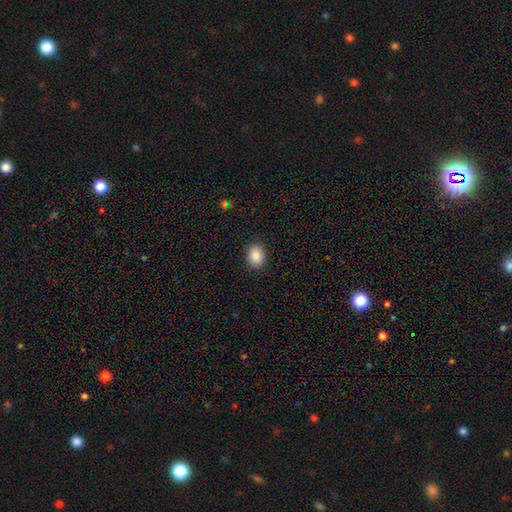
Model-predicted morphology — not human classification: This appears to be a smooth galaxy with no disk features (89%) that is in between round and cigar-shaped (52%). Merging: none (89%).